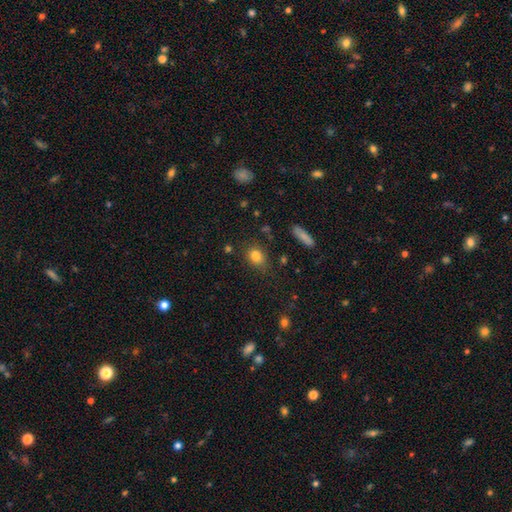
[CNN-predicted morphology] Overall: smooth (81%). How rounded: in between (50%; round 48%). Merging: none (79%).